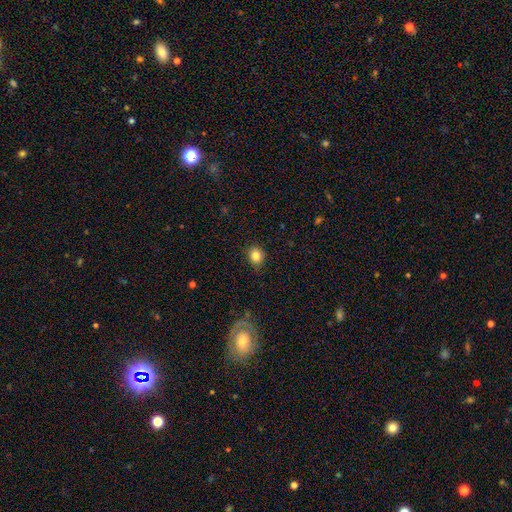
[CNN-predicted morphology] Smooth or featured?
  - smooth: 83% *
  - star or artifact: 11%
  - featured or disk: 6%
How rounded?
  - round: 75% *
  - in between: 24%
  - cigar-shaped: 1%
Merging?
  - none: 87% *
  - minor disturbance: 10%
  - major disturbance: 2%
  - merger: 1%